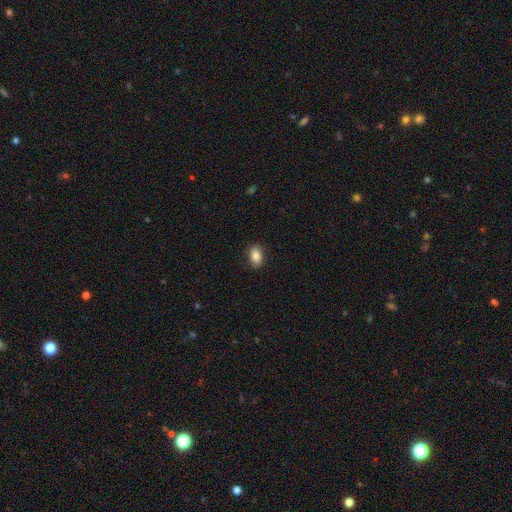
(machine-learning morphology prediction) Overall: smooth (85%). How rounded: in between (86%). Merging: none (88%).